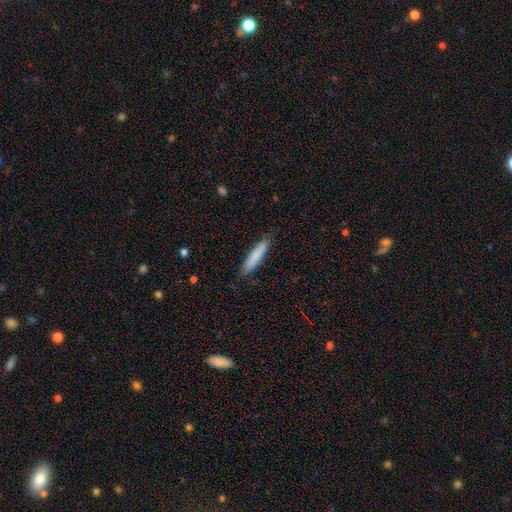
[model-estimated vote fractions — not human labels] smooth 81%, featured or disk 13%, star or artifact 6%. Down the decision tree: how rounded — cigar-shaped (85%); merging — none (83%).